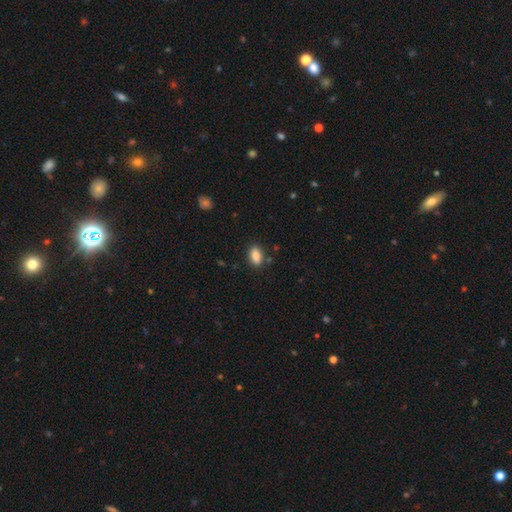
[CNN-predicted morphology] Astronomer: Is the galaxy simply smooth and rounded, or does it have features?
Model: smooth — 86%.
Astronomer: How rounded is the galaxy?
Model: in between — 89%.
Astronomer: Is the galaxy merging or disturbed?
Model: none — 84%.